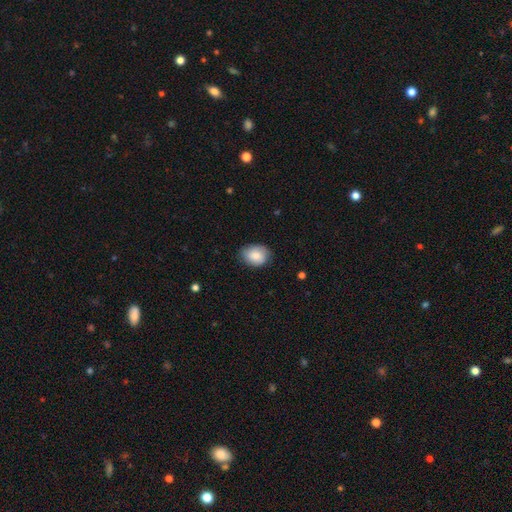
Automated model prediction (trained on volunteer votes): A smooth galaxy with no disk features (83%) that is in between round and cigar-shaped (69%). Merging: none (75%).